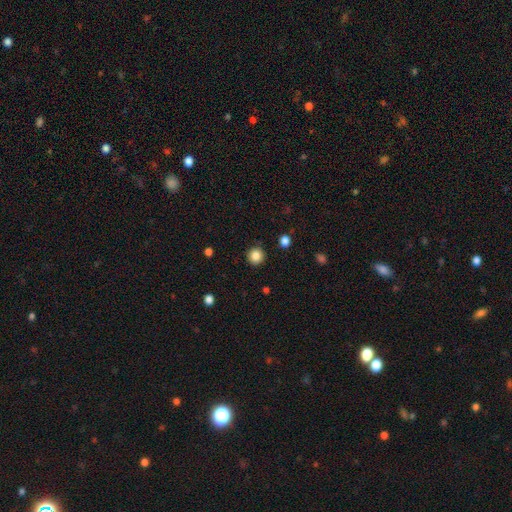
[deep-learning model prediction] The model was most divided on "smooth or featured": smooth: 85%, star or artifact: 11%, featured or disk: 4%. More confident: how rounded — round (94%); merging — none (91%).